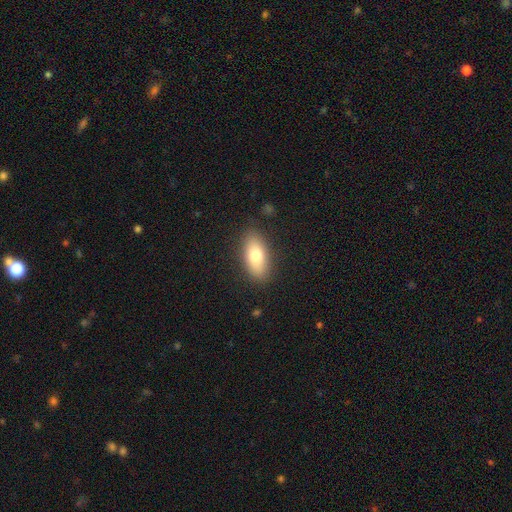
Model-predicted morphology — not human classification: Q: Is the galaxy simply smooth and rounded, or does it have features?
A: smooth — 76%.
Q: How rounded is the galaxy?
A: in between — 86%.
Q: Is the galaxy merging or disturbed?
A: none — 86%.